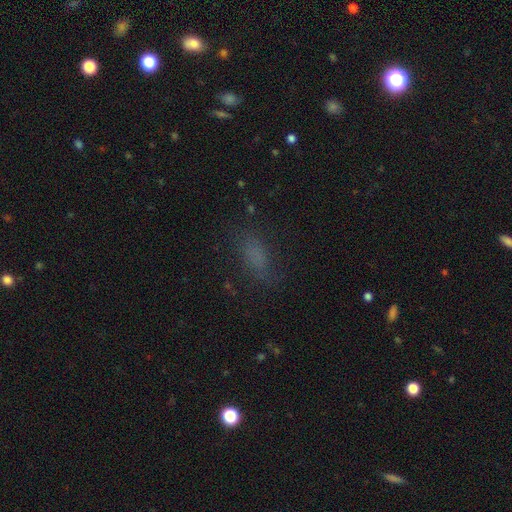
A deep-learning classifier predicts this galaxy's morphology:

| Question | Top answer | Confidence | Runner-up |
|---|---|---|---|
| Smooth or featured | smooth | 66% | star or artifact (22%) |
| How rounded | in between | 78% | cigar-shaped (14%) |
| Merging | none | 70% | minor disturbance (17%) |